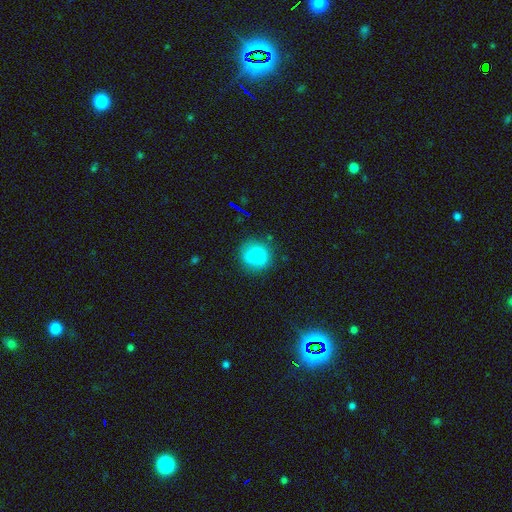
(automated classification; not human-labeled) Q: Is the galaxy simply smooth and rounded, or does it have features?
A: smooth — 69%.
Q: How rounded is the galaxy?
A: round — 84%.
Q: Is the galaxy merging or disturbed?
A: none — 71%.